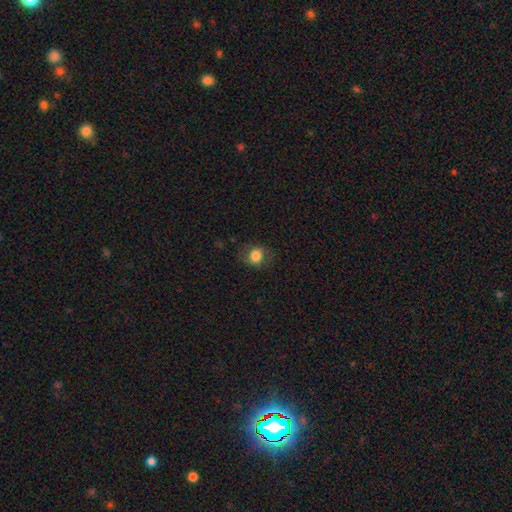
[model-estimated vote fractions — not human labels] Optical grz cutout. It shows a smooth galaxy with no disk features (80%) that is round (68%). Merging: none (76%).